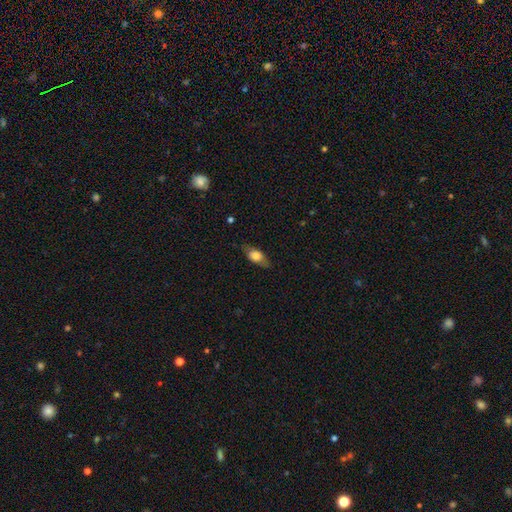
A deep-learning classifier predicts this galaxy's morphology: Q: Smooth or featured?
A: smooth (65%); runner-up: featured or disk (28%)
Q: How rounded?
A: in between (78%); runner-up: cigar-shaped (15%)
Q: Merging?
A: none (75%); runner-up: minor disturbance (18%)